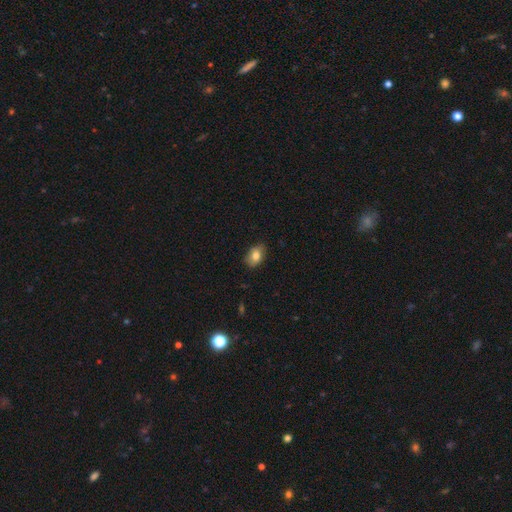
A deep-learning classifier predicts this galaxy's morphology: Smooth or featured? smooth (80%)
How rounded? in between (85%)
Merging? none (81%)